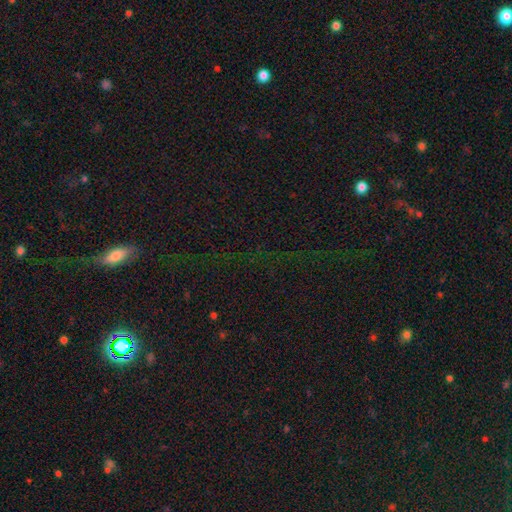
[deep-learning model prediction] Morphology: type=star or artifact (65%).